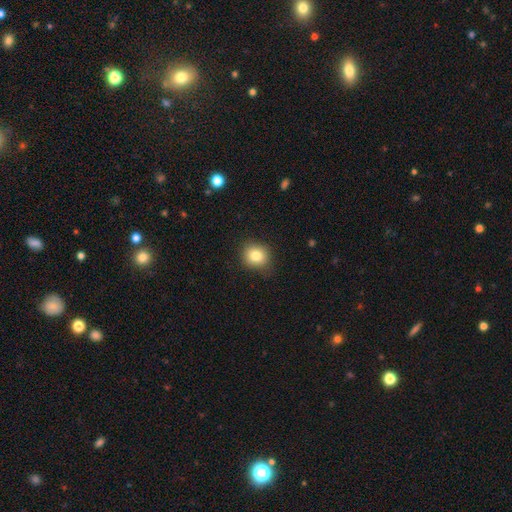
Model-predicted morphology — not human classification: smooth 82%, star or artifact 10%, featured or disk 7%. Down the decision tree: how rounded — round (79%); merging — none (83%).